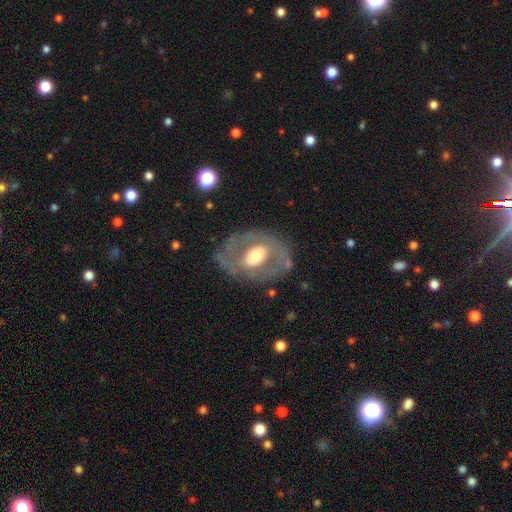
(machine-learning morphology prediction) A featured or disk galaxy (64%) with no bar (43%), no spiral arms (67%) and a moderate central bulge (58%). Merging: none (66%).